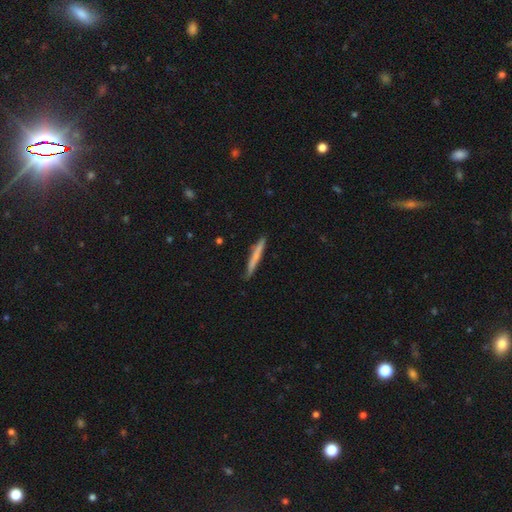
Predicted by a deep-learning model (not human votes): The model was most divided on "smooth or featured": smooth: 66%, featured or disk: 29%, star or artifact: 5%. More confident: how rounded — cigar-shaped (97%); merging — none (87%).